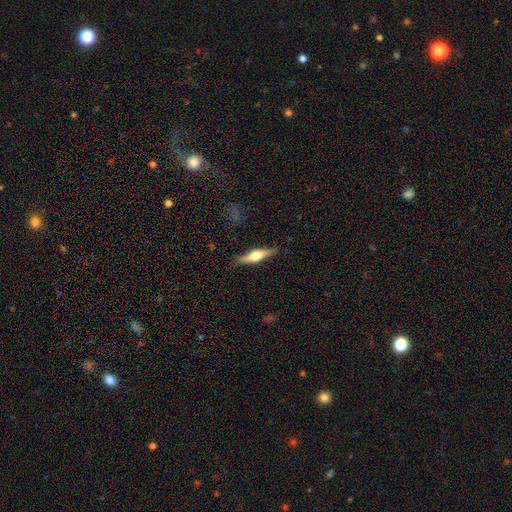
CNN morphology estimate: The model was most divided on "smooth or featured": featured or disk: 64%, smooth: 31%, star or artifact: 6%. More confident: edge-on disk — yes (96%); edge-on bulge — rounded (93%); merging — none (86%).